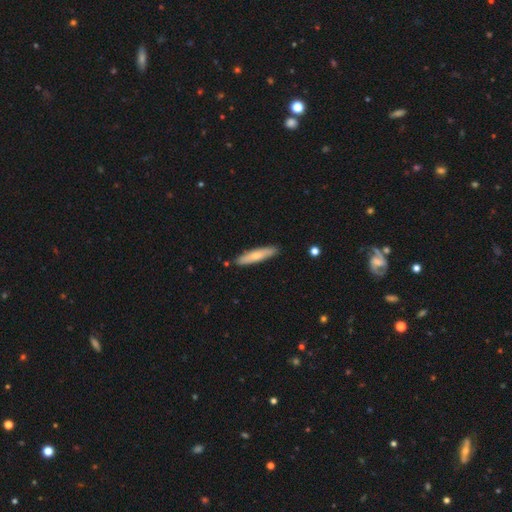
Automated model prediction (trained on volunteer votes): smooth_or_featured: smooth (p=0.64) [alt: featured or disk p=0.31]
how_rounded: cigar-shaped (p=0.85) [alt: in between p=0.14]
merging: none (p=0.88) [alt: minor disturbance p=0.08]